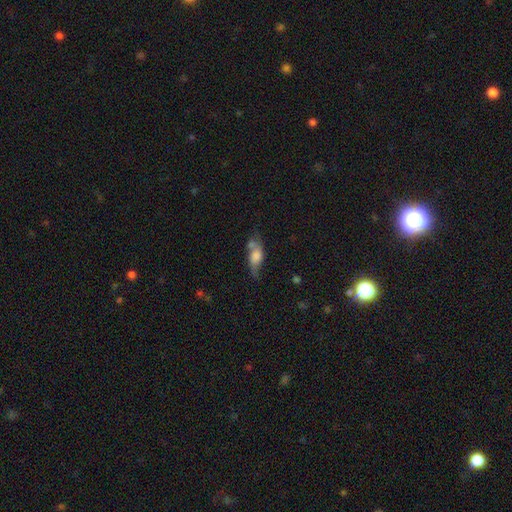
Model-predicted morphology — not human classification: Smooth or featured: smooth — 53% (featured or disk — 38%)
How rounded: in between — 70% (cigar-shaped — 24%)
Merging: none — 42% (minor disturbance — 26%)